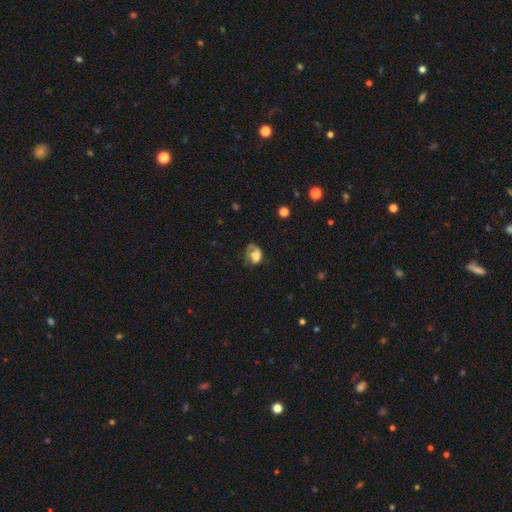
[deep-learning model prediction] smooth_or_featured: smooth (p=0.61) [alt: featured or disk p=0.27]
how_rounded: in between (p=0.67) [alt: round p=0.32]
merging: major disturbance (p=0.36) [alt: none p=0.32]